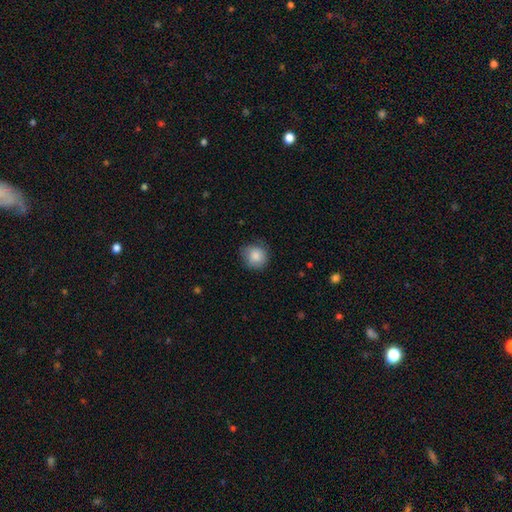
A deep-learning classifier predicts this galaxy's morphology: smooth-or-featured: smooth: 85% | star or artifact: 8% | featured or disk: 7%
  how-rounded: round: 85% | in between: 14% | cigar-shaped: 1%
  merging: none: 72% | minor disturbance: 22% | major disturbance: 5% | merger: 1%